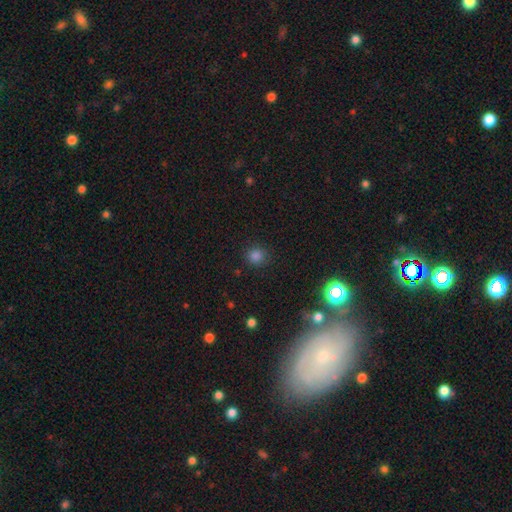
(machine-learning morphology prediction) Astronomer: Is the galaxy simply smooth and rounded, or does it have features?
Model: smooth — 81%.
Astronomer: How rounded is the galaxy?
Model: round — 88%.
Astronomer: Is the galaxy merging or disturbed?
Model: none — 88%.